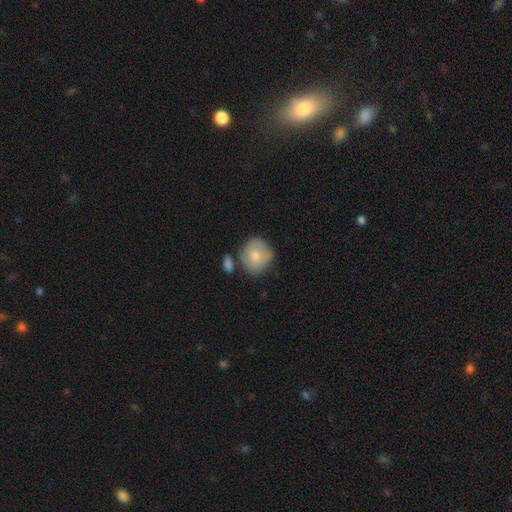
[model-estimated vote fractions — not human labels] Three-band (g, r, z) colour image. It shows a smooth galaxy with no disk features (72%) that is round (83%). Merging: none (60%).